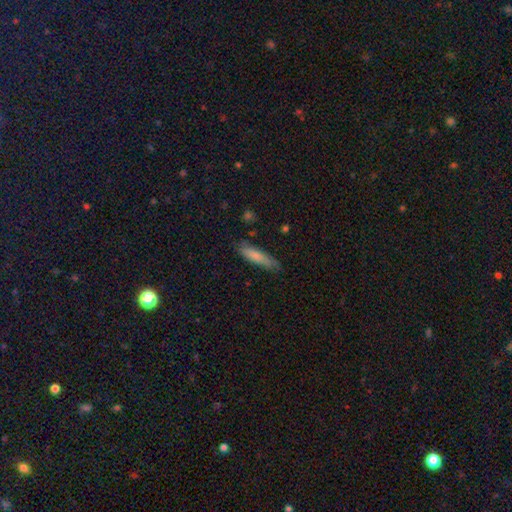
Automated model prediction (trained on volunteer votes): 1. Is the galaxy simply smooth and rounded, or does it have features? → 79% smooth, 15% featured or disk, 6% star or artifact.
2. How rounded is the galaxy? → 72% cigar-shaped, 26% in between, 2% round.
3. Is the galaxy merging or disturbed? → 72% none, 22% minor disturbance, 4% major disturbance, 2% merger.